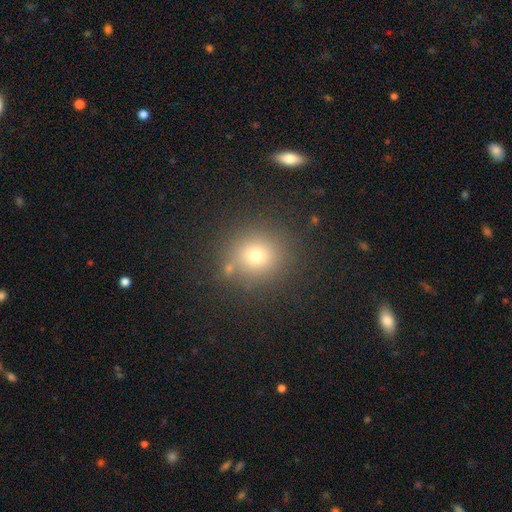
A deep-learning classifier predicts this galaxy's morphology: Smooth or featured? Predicted: smooth (p=0.75). How rounded? Predicted: round (p=0.85). Merging? Predicted: none (p=0.81).